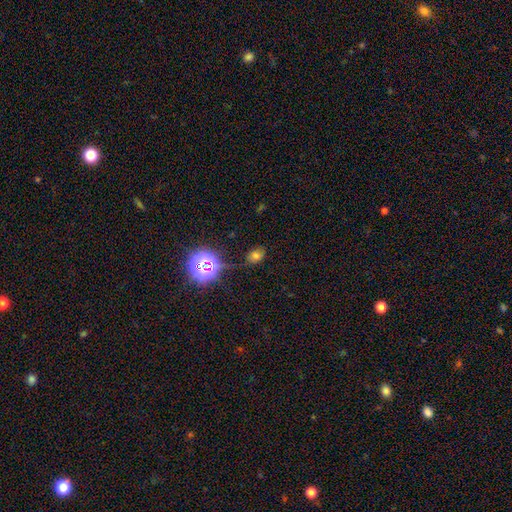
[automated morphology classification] The model was most divided on "how rounded": in between: 62%, round: 37%, cigar-shaped: 1%. More confident: merging — none (71%); smooth or featured — smooth (59%).